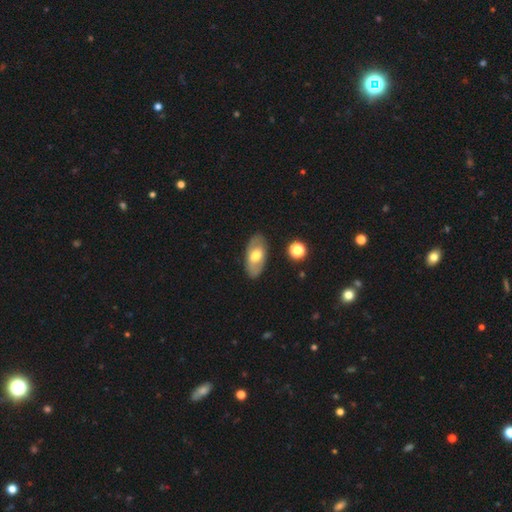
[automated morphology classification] smooth_or_featured: smooth (p=0.52) [alt: featured or disk p=0.42]
how_rounded: in between (p=0.92) [alt: round p=0.05]
merging: none (p=0.85) [alt: minor disturbance p=0.11]